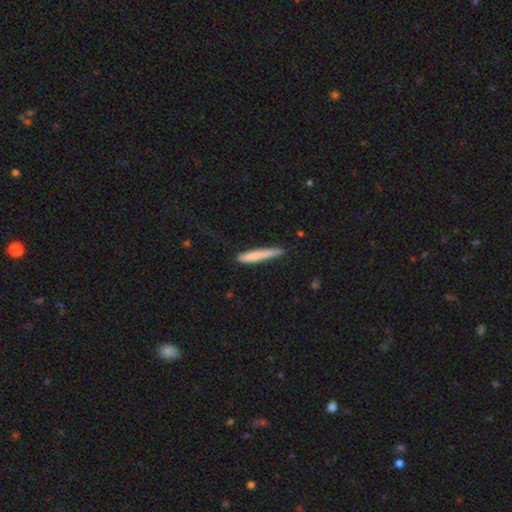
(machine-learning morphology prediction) Smooth or featured? Predicted: smooth (p=0.75). How rounded? Predicted: cigar-shaped (p=0.95). Merging? Predicted: none (p=0.75).